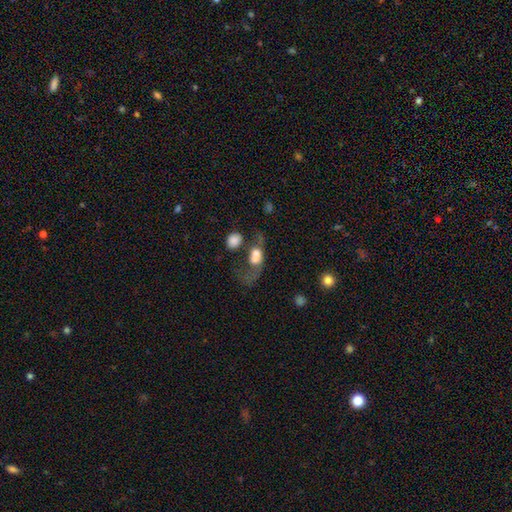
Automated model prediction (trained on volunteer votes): Q: Smooth or featured?
A: smooth (59%); runner-up: featured or disk (30%)
Q: How rounded?
A: in between (65%); runner-up: round (30%)
Q: Merging?
A: merger (46%); runner-up: major disturbance (29%)